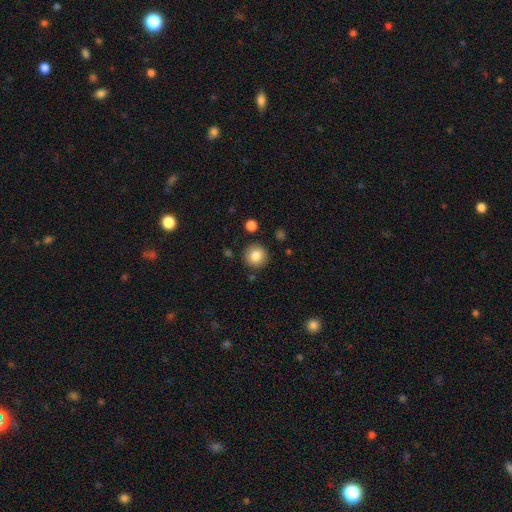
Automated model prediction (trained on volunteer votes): The model was most divided on "smooth or featured": smooth: 83%, star or artifact: 9%, featured or disk: 8%. More confident: how rounded — round (94%); merging — none (88%).